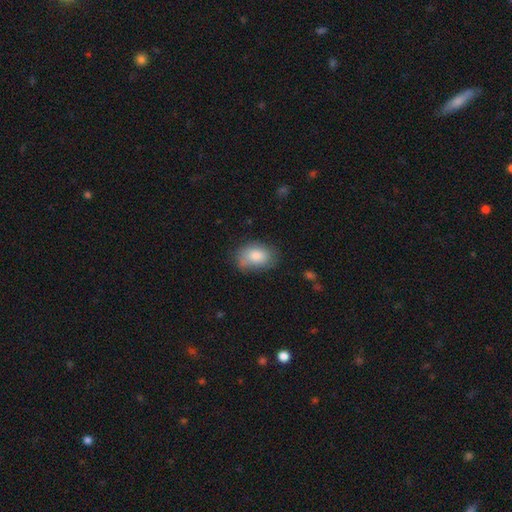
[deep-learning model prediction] This is clearly a smooth galaxy (82%). How rounded: clearly in between (81%). Merging: likely none (66%).